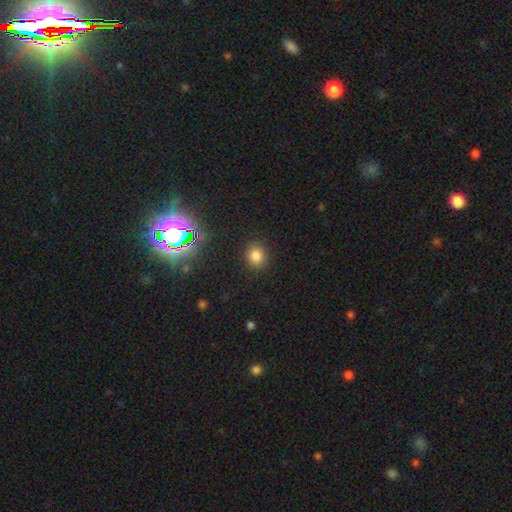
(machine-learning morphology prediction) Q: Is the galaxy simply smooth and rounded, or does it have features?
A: smooth — 79%.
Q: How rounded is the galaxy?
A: round — 79%.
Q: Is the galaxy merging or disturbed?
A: none — 88%.